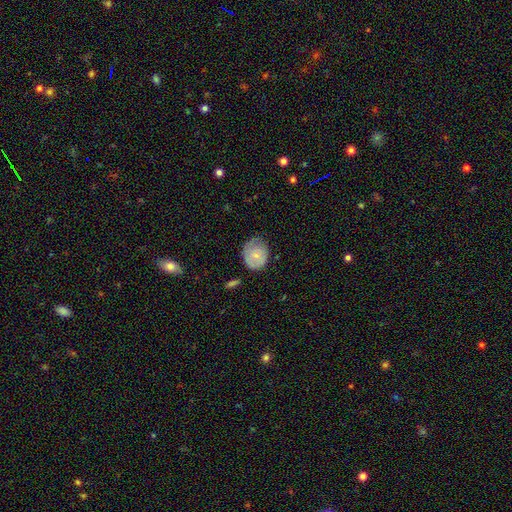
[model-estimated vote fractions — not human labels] Smooth or featured? Predicted: smooth (p=0.66). How rounded? Predicted: round (p=0.59). Merging? Predicted: none (p=0.50).